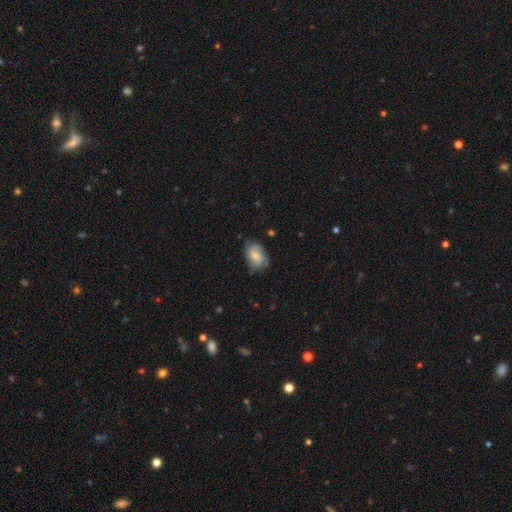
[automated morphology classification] A smooth galaxy with no disk features (66%) that is in between round and cigar-shaped (85%). Merging: none (61%).